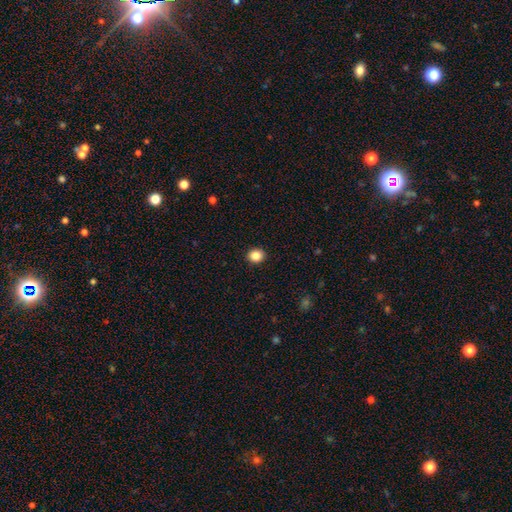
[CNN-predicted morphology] Q: Smooth or featured?
A: smooth (86%); runner-up: star or artifact (10%)
Q: How rounded?
A: round (73%); runner-up: in between (26%)
Q: Merging?
A: none (92%); runner-up: minor disturbance (6%)